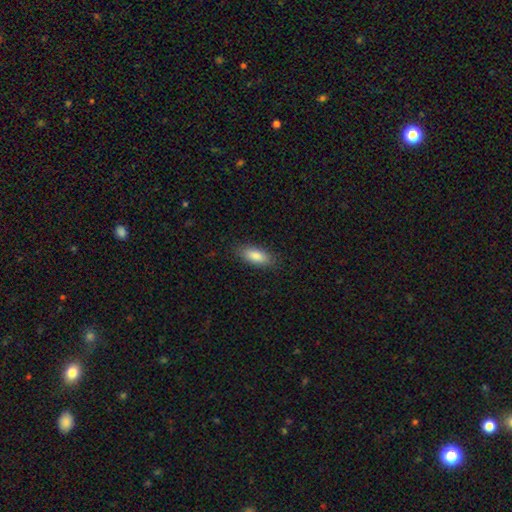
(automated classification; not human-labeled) A smooth galaxy with no disk features (85%) that is in between round and cigar-shaped (80%). Merging: none (86%).